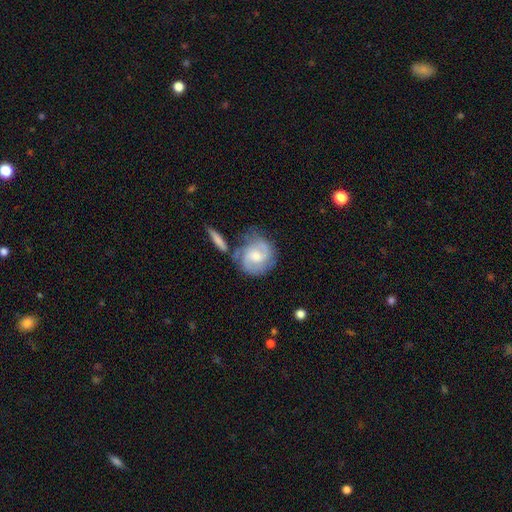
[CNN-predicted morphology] featured or disk 74%, smooth 20%, star or artifact 6%. Down the decision tree: edge-on disk — no (97%); bar — no (50%); spiral arms — yes (93%); spiral arm count — 2 (62%); spiral winding — medium (45%); bulge size — moderate (55%); merging — none (54%).